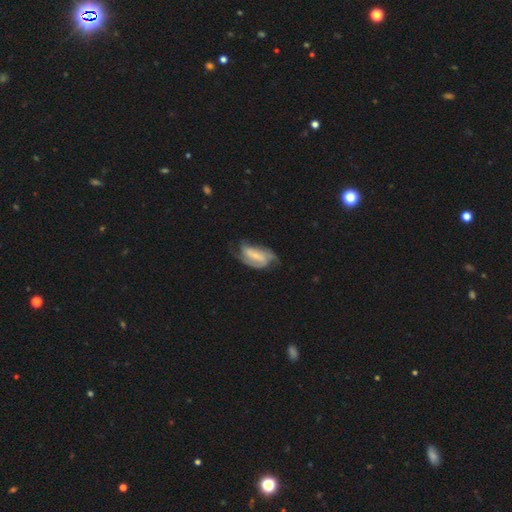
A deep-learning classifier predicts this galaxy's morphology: featured or disk 78%, smooth 16%, star or artifact 6%. Down the decision tree: edge-on disk — no (96%); bar — weak (39%); spiral arms — yes (93%); spiral arm count — 2 (59%); spiral winding — medium (45%); bulge size — small (61%); merging — none (53%).